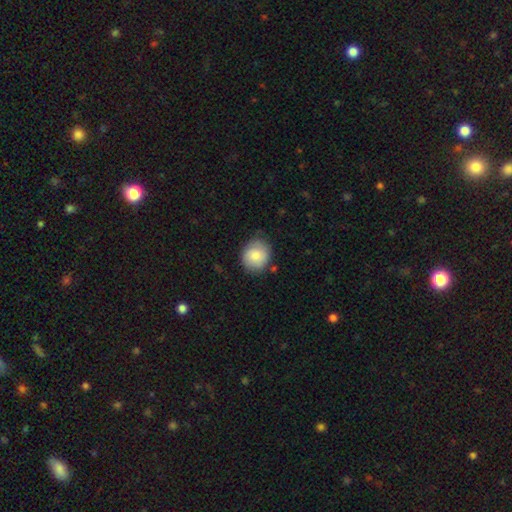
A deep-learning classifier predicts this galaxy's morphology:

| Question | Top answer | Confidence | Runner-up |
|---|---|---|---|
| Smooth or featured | smooth | 82% | featured or disk (11%) |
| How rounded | round | 75% | in between (24%) |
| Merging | none | 77% | minor disturbance (18%) |